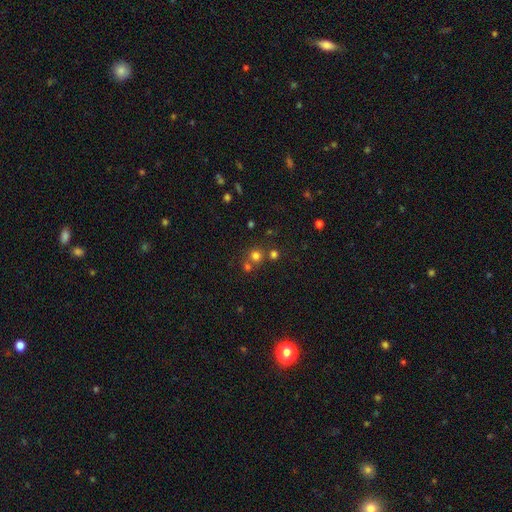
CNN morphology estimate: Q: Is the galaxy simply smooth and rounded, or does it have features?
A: smooth — 69%.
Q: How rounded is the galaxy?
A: round — 90%.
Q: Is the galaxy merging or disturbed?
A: none — 64%.